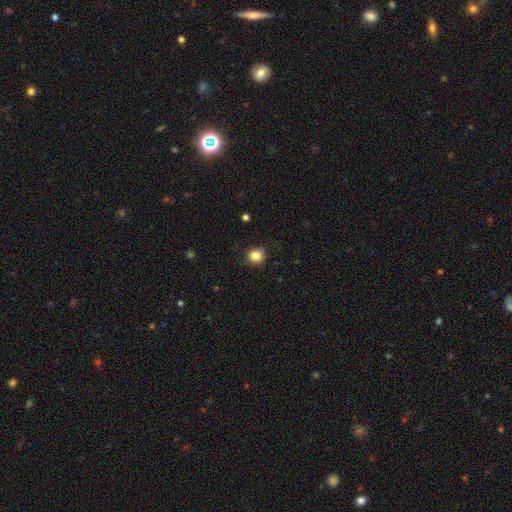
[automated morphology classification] Smooth or featured: smooth — 84% (star or artifact — 11%)
How rounded: round — 88% (in between — 11%)
Merging: none — 88% (minor disturbance — 9%)